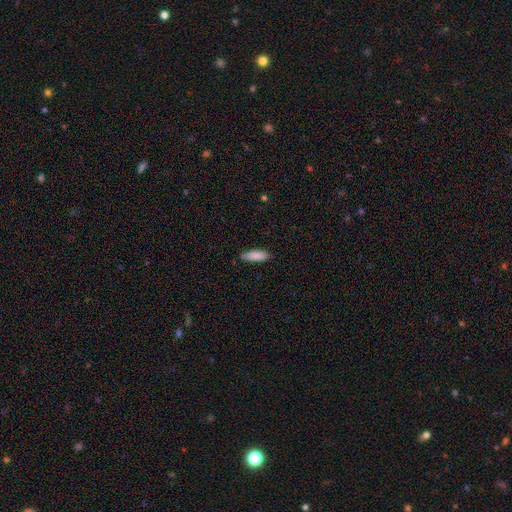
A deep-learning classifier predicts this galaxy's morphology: This is clearly a smooth galaxy (88%). How rounded: possibly in between (50%). Merging: clearly none (81%).